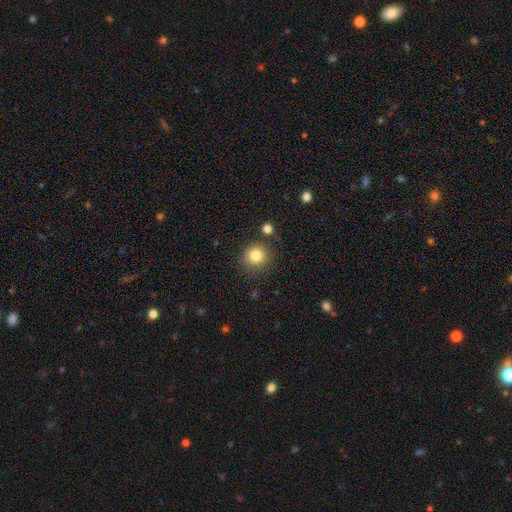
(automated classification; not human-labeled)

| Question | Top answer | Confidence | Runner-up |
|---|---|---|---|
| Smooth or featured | smooth | 81% | star or artifact (12%) |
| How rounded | round | 91% | in between (8%) |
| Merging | none | 83% | minor disturbance (9%) |